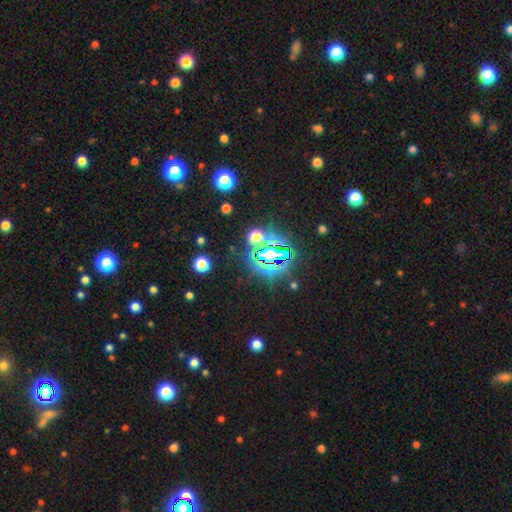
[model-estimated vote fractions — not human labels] Q: Smooth or featured?
A: star or artifact (77%); runner-up: smooth (14%)